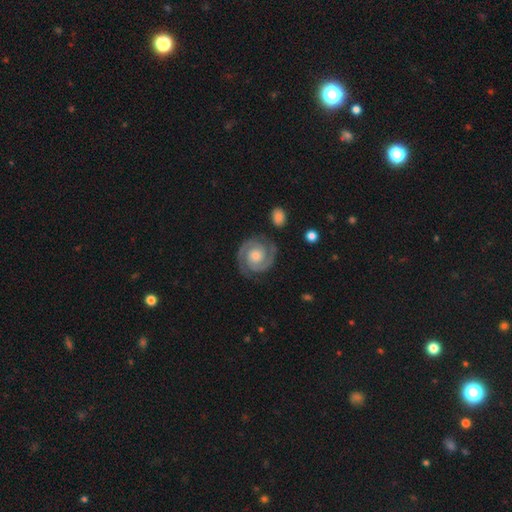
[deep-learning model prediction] featured or disk 90%, smooth 5%, star or artifact 5%. Down the decision tree: edge-on disk — no (98%); bar — no (71%); spiral arms — yes (98%); spiral arm count — 2 (92%); spiral winding — tight (73%); bulge size — moderate (58%); merging — none (84%).